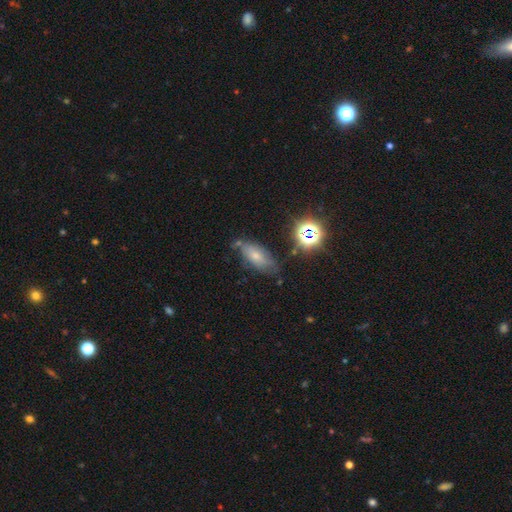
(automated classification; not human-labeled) A smooth galaxy with no disk features (61%) that is in between round and cigar-shaped (83%). Merging: none (60%).